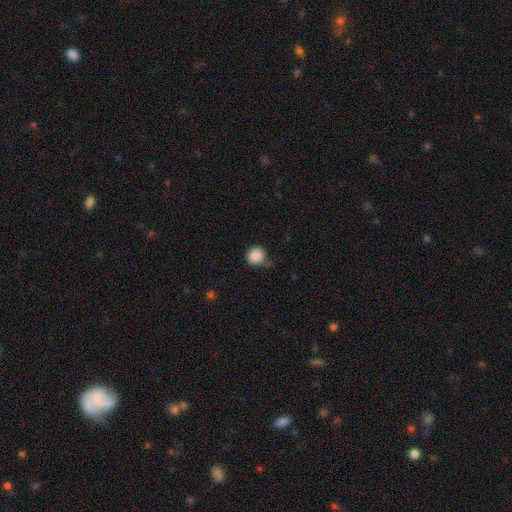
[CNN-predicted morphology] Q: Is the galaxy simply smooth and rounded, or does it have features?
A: smooth — 87%.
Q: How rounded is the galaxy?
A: round — 92%.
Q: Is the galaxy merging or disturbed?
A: none — 69%.